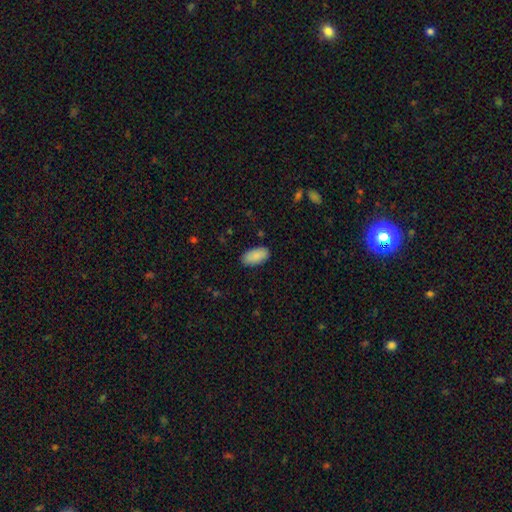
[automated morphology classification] This is clearly a smooth galaxy (88%). How rounded: clearly in between (94%). Merging: clearly none (86%).